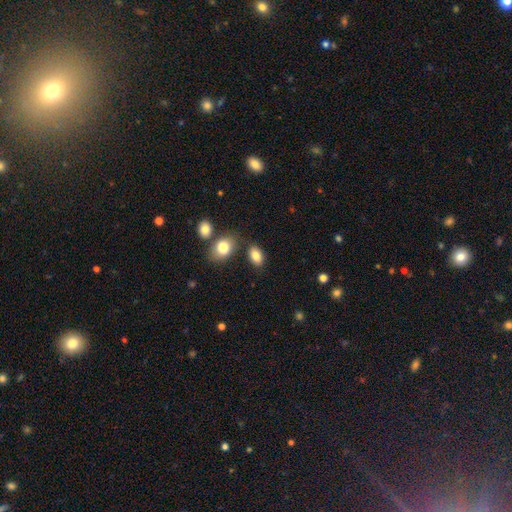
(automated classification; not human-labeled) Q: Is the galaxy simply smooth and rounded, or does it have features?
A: smooth — 84%.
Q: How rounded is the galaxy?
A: in between — 87%.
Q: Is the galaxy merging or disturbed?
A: none — 74%.